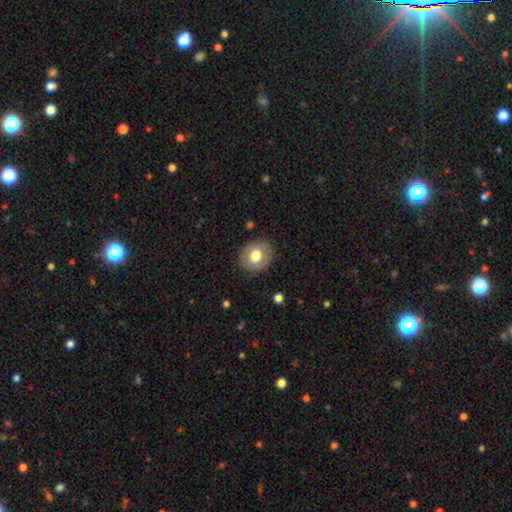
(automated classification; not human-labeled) A smooth galaxy with no disk features (72%) that is round (71%).

Vote fractions:
- Smooth or featured? smooth: 72% / featured or disk: 20% / star or artifact: 8%
- How rounded? round: 71% / in between: 28% / cigar-shaped: 1%
- Merging? none: 86% / minor disturbance: 10% / major disturbance: 3% / merger: 1%